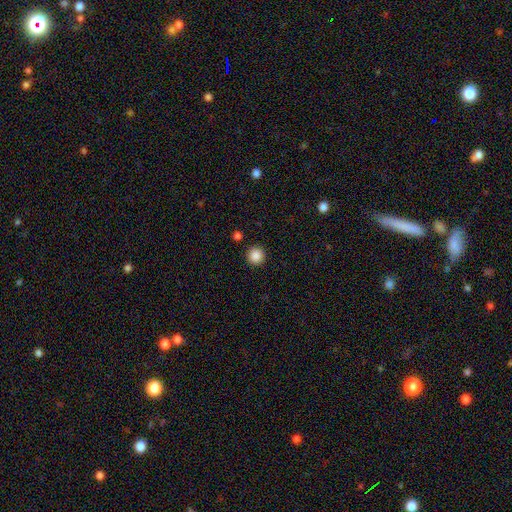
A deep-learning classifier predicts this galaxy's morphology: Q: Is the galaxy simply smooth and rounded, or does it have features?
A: smooth — 87%.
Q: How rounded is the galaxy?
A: round — 96%.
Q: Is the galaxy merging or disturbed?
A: none — 92%.